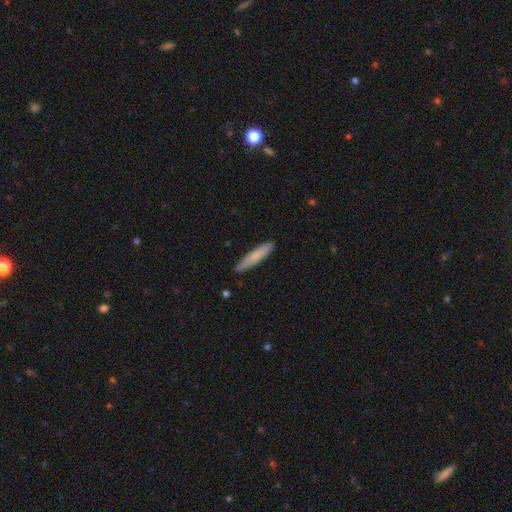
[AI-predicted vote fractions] Smooth or featured?
  - smooth: 76% *
  - featured or disk: 18%
  - star or artifact: 6%
How rounded?
  - cigar-shaped: 90% *
  - in between: 9%
  - round: 1%
Merging?
  - none: 89% *
  - minor disturbance: 9%
  - major disturbance: 2%
  - merger: 1%